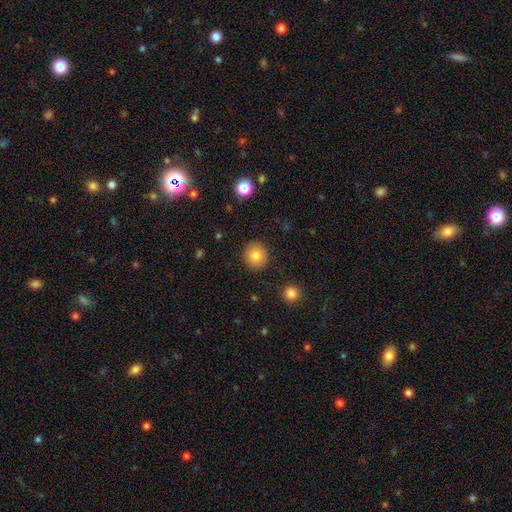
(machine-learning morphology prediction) The model was most divided on "smooth or featured": smooth: 81%, featured or disk: 10%, star or artifact: 9%. More confident: merging — none (89%); how rounded — round (89%).